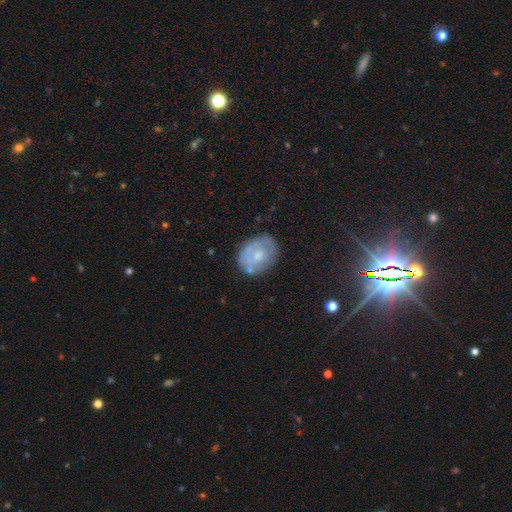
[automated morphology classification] Q: Smooth or featured?
A: featured or disk (47%); runner-up: smooth (45%)
Q: Merging?
A: none (67%); runner-up: minor disturbance (23%)